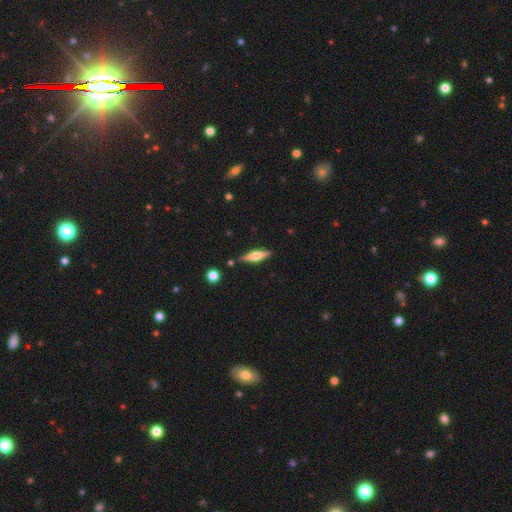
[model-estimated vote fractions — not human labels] Smooth or featured? featured or disk (53%)
Edge-on disk? yes (94%)
Merging? none (84%)